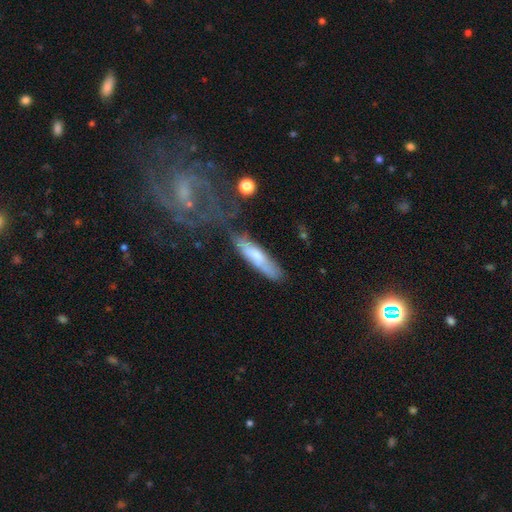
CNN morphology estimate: Smooth or featured? smooth (58%)
How rounded? cigar-shaped (77%)
Merging? none (60%)